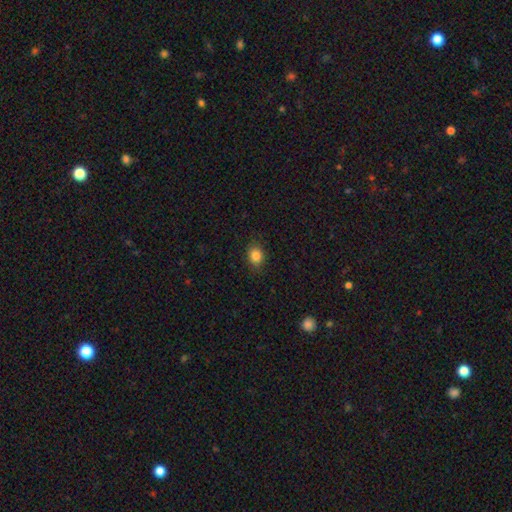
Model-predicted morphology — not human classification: Q: Smooth or featured?
A: smooth (85%); runner-up: star or artifact (10%)
Q: How rounded?
A: round (50%); runner-up: in between (49%)
Q: Merging?
A: none (86%); runner-up: minor disturbance (10%)